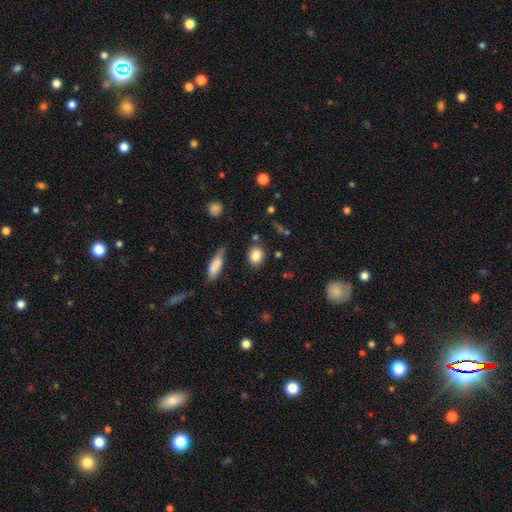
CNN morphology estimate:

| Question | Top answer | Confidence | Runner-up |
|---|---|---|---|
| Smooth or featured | smooth | 85% | star or artifact (9%) |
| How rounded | round | 58% | in between (40%) |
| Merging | none | 81% | minor disturbance (11%) |